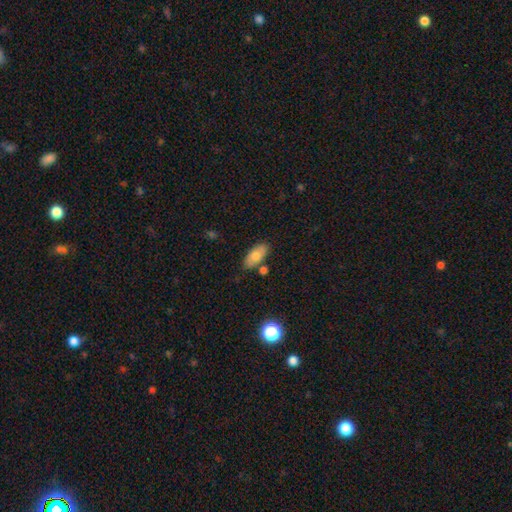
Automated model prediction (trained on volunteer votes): smooth 76%, featured or disk 17%, star or artifact 7%. Down the decision tree: how rounded — in between (89%); merging — none (77%).